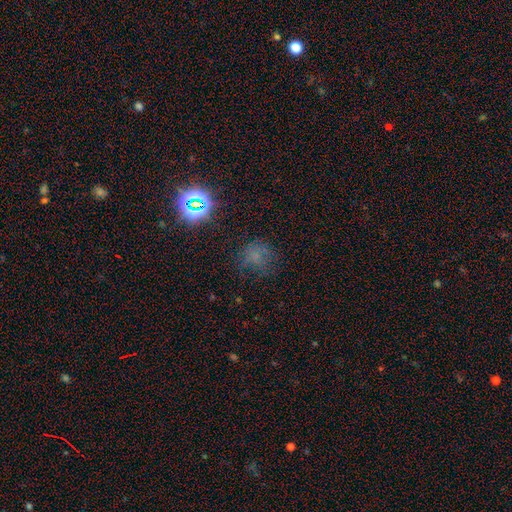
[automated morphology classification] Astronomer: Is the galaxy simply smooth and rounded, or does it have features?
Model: smooth — 50% (runner-up: star or artifact, 36%).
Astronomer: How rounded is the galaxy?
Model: round — 80%.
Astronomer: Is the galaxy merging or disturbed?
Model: none — 62%.